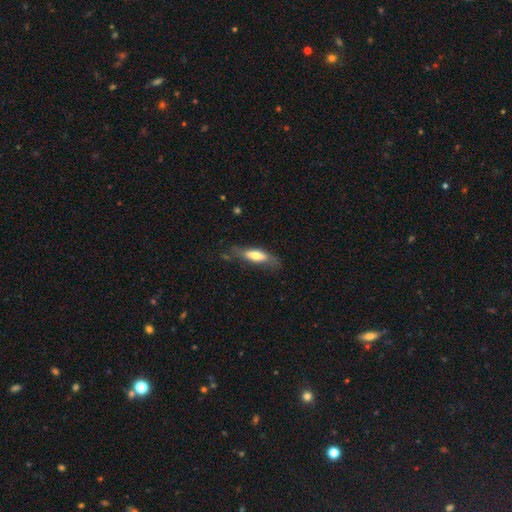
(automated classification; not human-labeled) This appears to be a smooth galaxy with no disk features (61%) that is cigar-shaped (51%). Merging: none (59%).